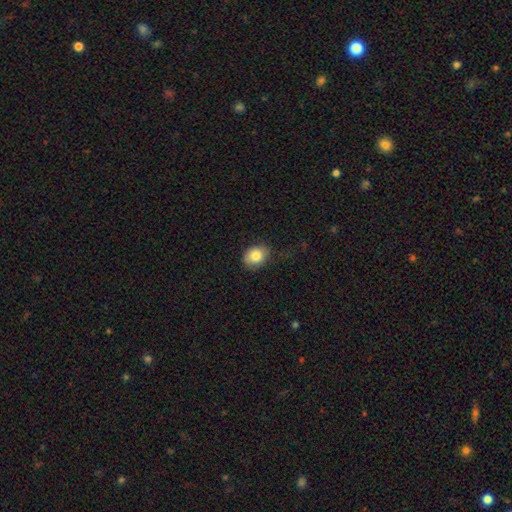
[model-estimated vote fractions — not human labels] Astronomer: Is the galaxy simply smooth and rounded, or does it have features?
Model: smooth — 82%.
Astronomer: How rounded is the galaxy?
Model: in between — 53% (runner-up: round, 46%).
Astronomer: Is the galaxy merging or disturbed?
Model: none — 72%.